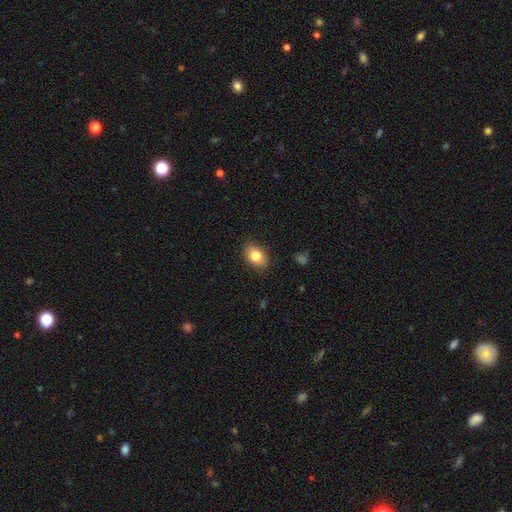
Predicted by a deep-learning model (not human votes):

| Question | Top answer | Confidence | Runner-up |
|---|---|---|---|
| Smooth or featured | smooth | 82% | featured or disk (9%) |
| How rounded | in between | 80% | round (19%) |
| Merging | none | 87% | minor disturbance (10%) |